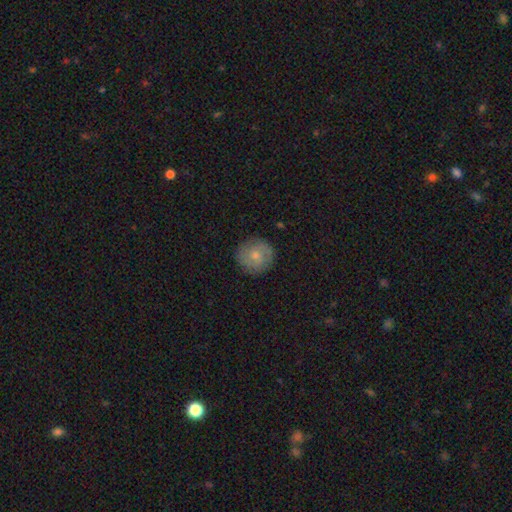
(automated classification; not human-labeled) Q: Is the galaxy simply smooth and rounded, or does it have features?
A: featured or disk — 47%.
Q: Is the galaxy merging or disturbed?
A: none — 87%.